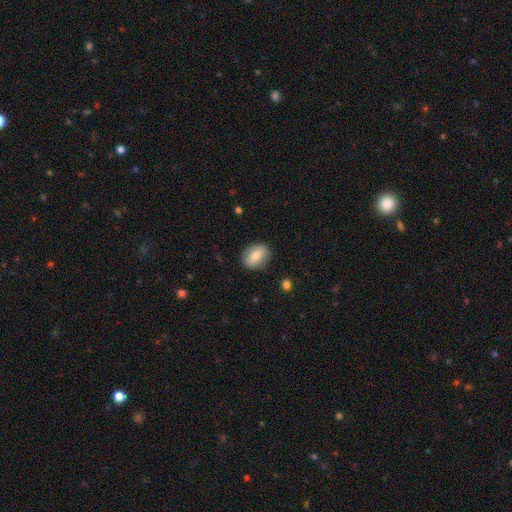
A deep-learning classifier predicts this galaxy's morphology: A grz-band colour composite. It shows a smooth galaxy with no disk features (77%) that is in between round and cigar-shaped (70%). Merging: none (85%).